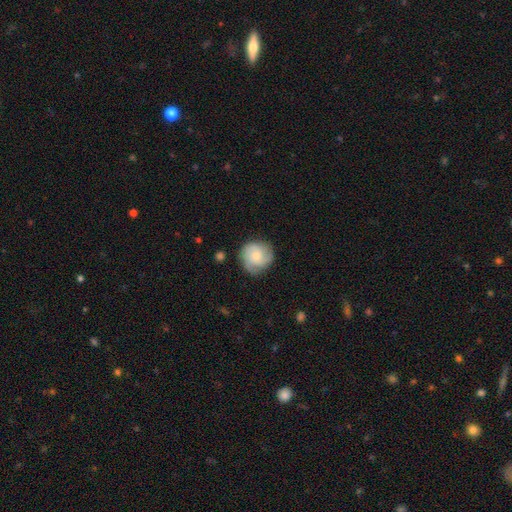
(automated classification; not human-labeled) Q: Smooth or featured?
A: featured or disk (57%); runner-up: smooth (37%)
Q: Edge-on disk?
A: no (98%); runner-up: yes (2%)
Q: Bar?
A: no (74%); runner-up: weak (23%)
Q: Spiral arms?
A: yes (93%); runner-up: no (7%)
Q: Spiral winding?
A: tight (52%); runner-up: medium (37%)
Q: Spiral arm count?
A: 3 (45%); runner-up: 2 (21%)
Q: Bulge size?
A: small (42%); runner-up: moderate (40%)
Q: Merging?
A: none (77%); runner-up: minor disturbance (16%)